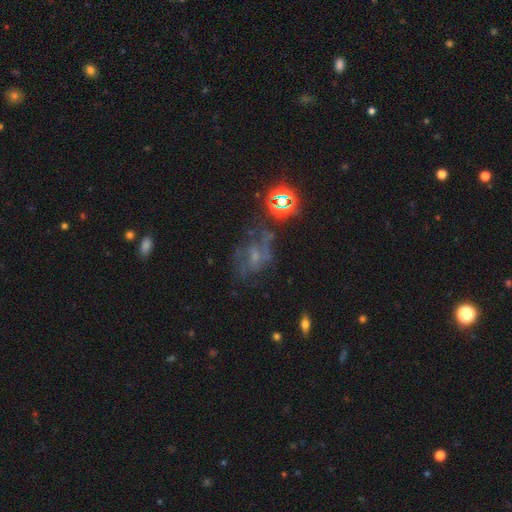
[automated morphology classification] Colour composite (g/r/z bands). It shows a featured or disk galaxy (48%). Merging: none (48%).